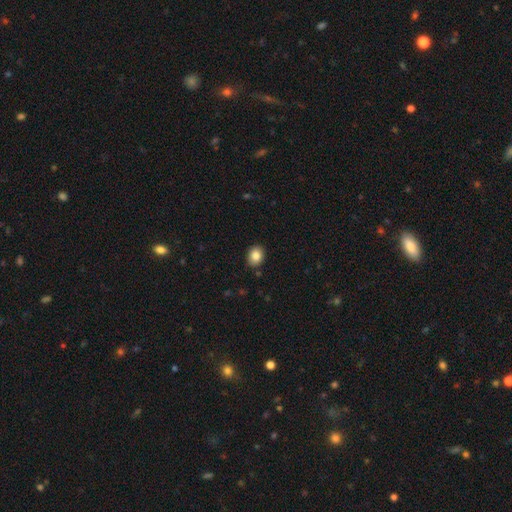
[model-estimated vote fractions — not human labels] This is clearly a smooth galaxy (84%). How rounded: possibly in between (56%). Merging: clearly none (89%).